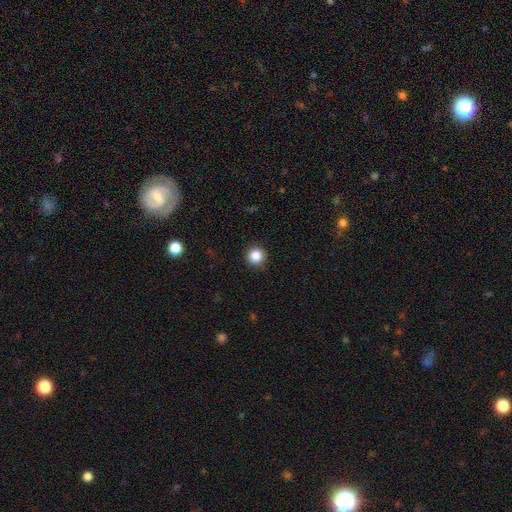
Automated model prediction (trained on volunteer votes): smooth 86%, star or artifact 10%, featured or disk 4%. Down the decision tree: how rounded — round (95%); merging — none (91%).